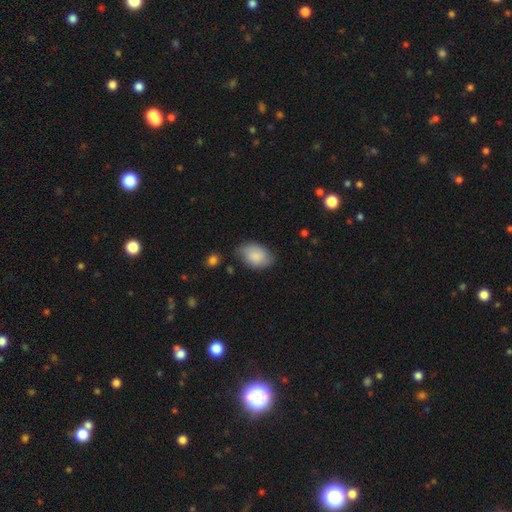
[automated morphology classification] smooth_or_featured: smooth (p=0.81) [alt: featured or disk p=0.13]
how_rounded: in between (p=0.87) [alt: round p=0.12]
merging: none (p=0.67) [alt: minor disturbance p=0.26]